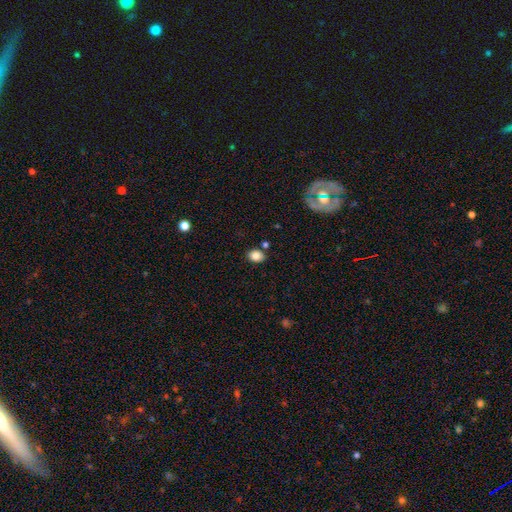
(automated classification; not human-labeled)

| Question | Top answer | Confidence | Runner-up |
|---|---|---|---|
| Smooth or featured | smooth | 84% | star or artifact (10%) |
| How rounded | in between | 60% | round (39%) |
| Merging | none | 81% | minor disturbance (11%) |